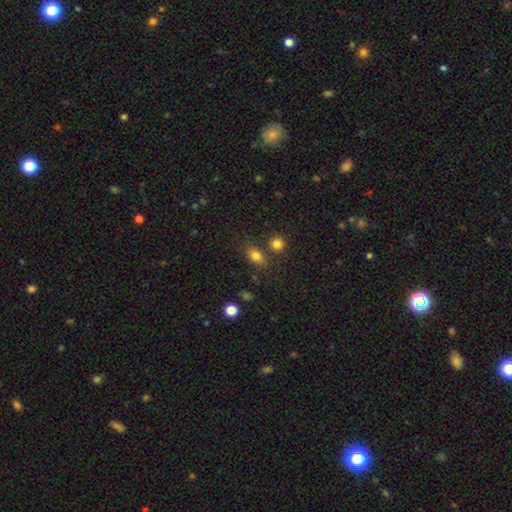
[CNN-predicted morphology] smooth 79%, star or artifact 12%, featured or disk 8%. Down the decision tree: how rounded — in between (72%); merging — none (69%).